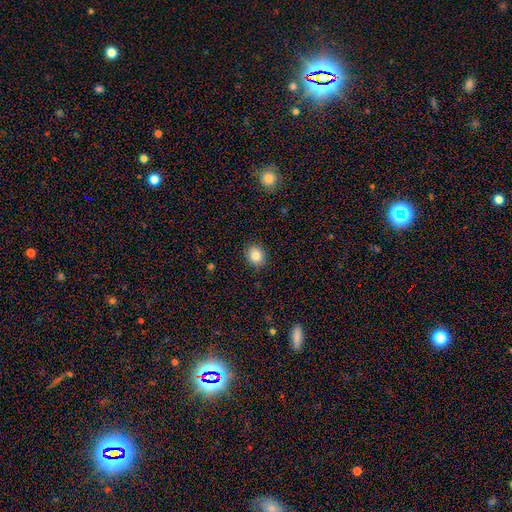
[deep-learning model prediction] Smooth or featured? smooth (84%)
How rounded? round (68%)
Merging? none (89%)